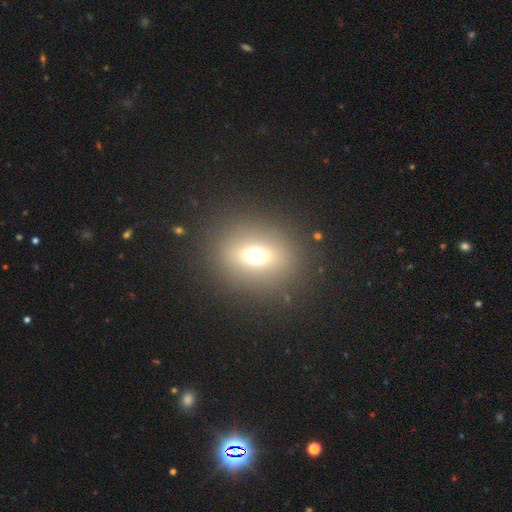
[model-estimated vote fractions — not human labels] A smooth galaxy with no disk features (61%) that is round (62%). Merging: none (85%).